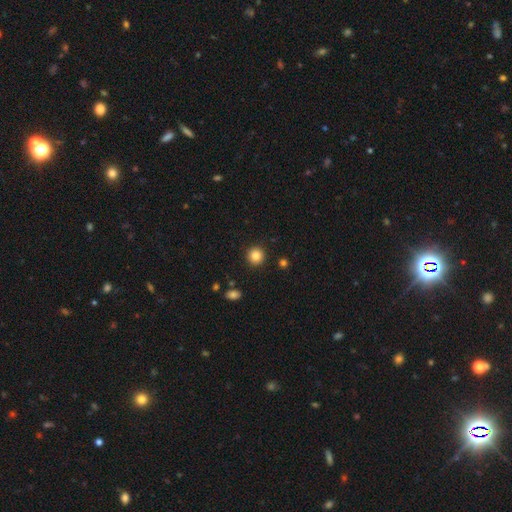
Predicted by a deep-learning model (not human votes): Smooth or featured: smooth — 85% (star or artifact — 11%)
How rounded: round — 93% (in between — 6%)
Merging: none — 91% (minor disturbance — 5%)